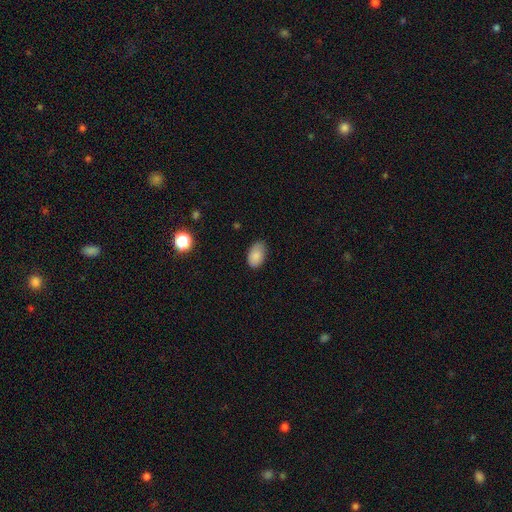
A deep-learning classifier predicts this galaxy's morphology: smooth-or-featured: smooth: 85% | star or artifact: 8% | featured or disk: 7%
  how-rounded: in between: 90% | round: 9% | cigar-shaped: 1%
  merging: none: 77% | minor disturbance: 19% | major disturbance: 3% | merger: 1%